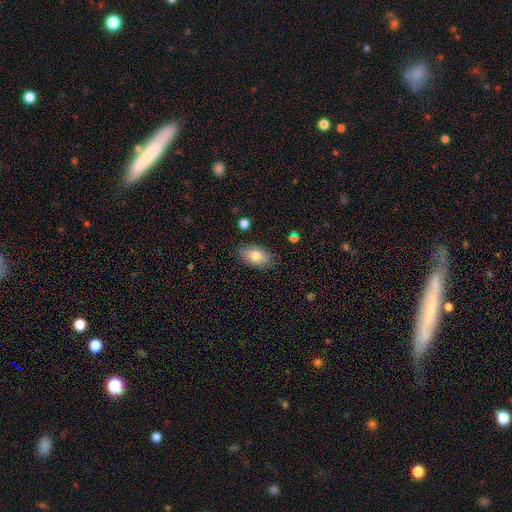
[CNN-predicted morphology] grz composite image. It shows a smooth galaxy with no disk features (80%) that is in between round and cigar-shaped (91%). Merging: none (81%).